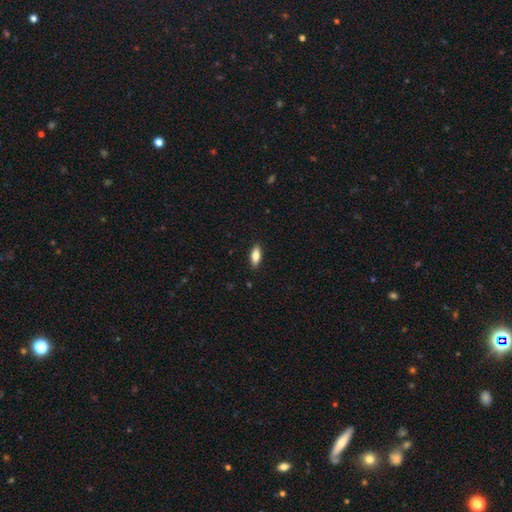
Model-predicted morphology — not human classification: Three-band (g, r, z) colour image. It shows a smooth galaxy with no disk features (79%) that is in between round and cigar-shaped (77%). Merging: none (89%).